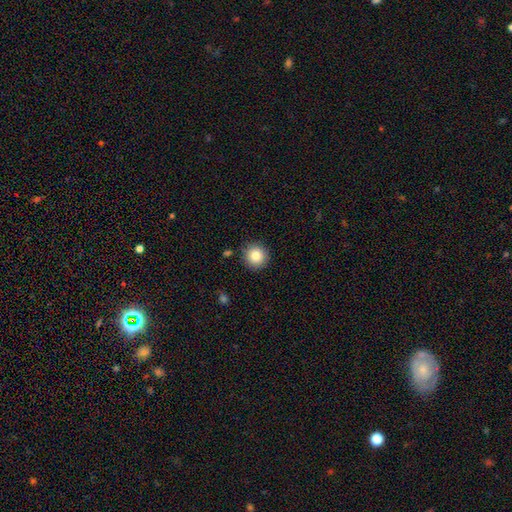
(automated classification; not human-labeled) Morphology: type=smooth (83%); roundness=round (95%); merging=none (89%).